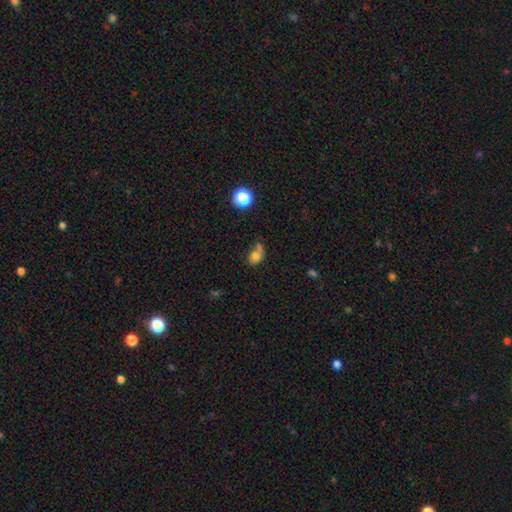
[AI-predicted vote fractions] The model was most divided on "merging": none: 37%, minor disturbance: 24%, merger: 22%, major disturbance: 17%. More confident: smooth or featured — smooth (73%); how rounded — in between (61%).